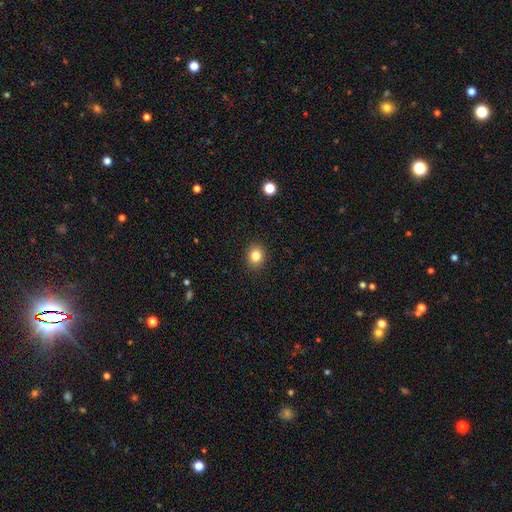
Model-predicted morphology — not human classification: This appears to be a smooth galaxy with no disk features (82%) that is round (70%). Merging: none (91%).